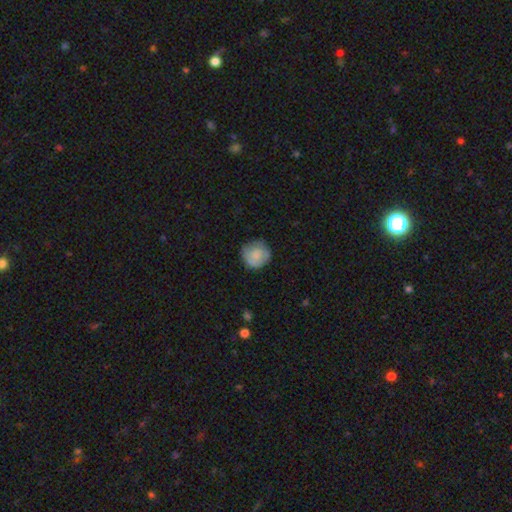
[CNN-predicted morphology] Q: Smooth or featured?
A: smooth (69%); runner-up: featured or disk (24%)
Q: How rounded?
A: round (91%); runner-up: in between (8%)
Q: Merging?
A: none (72%); runner-up: minor disturbance (21%)